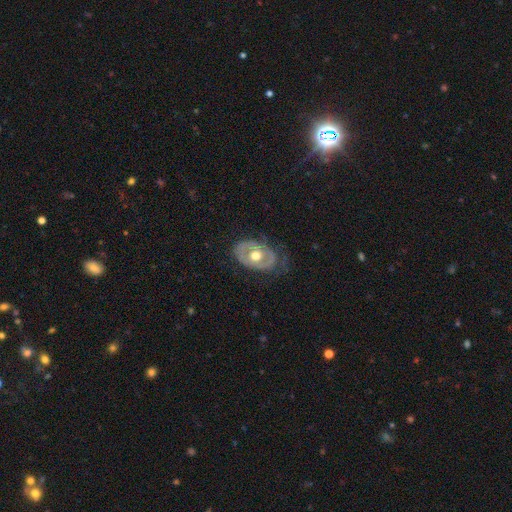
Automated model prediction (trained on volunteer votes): Overall: featured or disk (63%; smooth 31%). Edge-on disk: no (93%). Bar: no (81%). Spiral arms: no (68%; yes 32%). Bulge size: moderate (77%). Merging: none (66%).